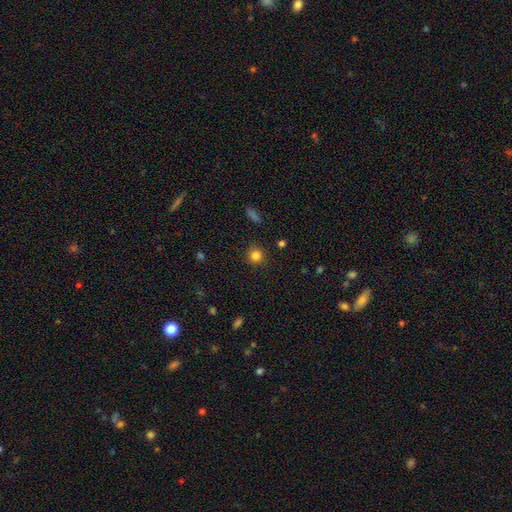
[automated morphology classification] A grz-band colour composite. It shows a smooth galaxy with no disk features (83%) that is round (91%). Merging: none (88%).